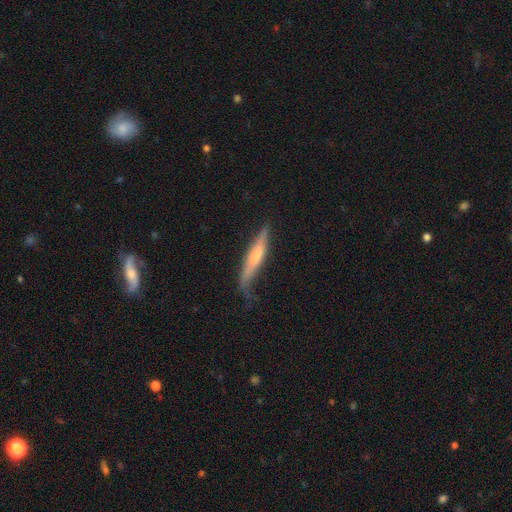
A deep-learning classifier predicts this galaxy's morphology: A smooth galaxy with no disk features (52%) that is cigar-shaped (90%). Merging: none (53%).